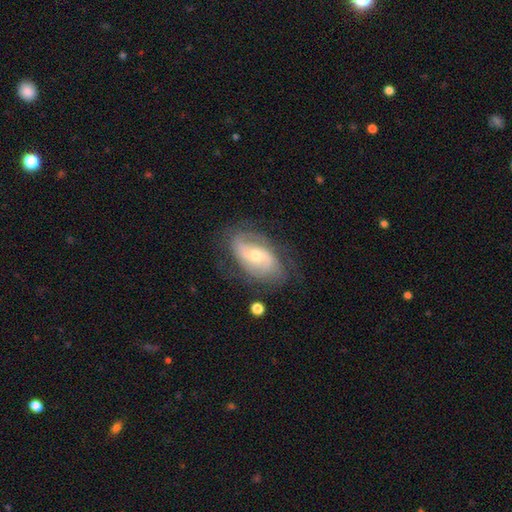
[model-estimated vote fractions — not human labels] Overall: featured or disk (76%). Edge-on disk: no (94%). Bar: no (45%; weak 38%). Spiral arms: yes (86%). Spiral arm count: 2 (62%; can't tell 23%). Spiral winding: medium (39%; tight 35%). Bulge size: small (48%, tied with moderate). Merging: none (69%).